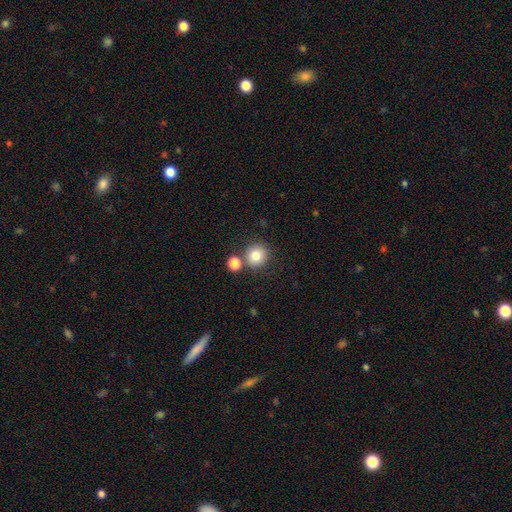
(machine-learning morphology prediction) smooth-or-featured: smooth: 81% | star or artifact: 11% | featured or disk: 8%
  how-rounded: round: 90% | in between: 9% | cigar-shaped: 1%
  merging: none: 74% | merger: 14% | minor disturbance: 8% | major disturbance: 3%